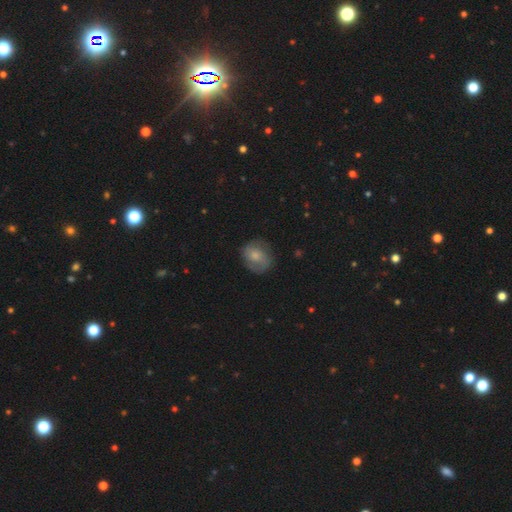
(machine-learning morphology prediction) Smooth or featured? smooth (52%)
How rounded? round (65%)
Merging? none (71%)